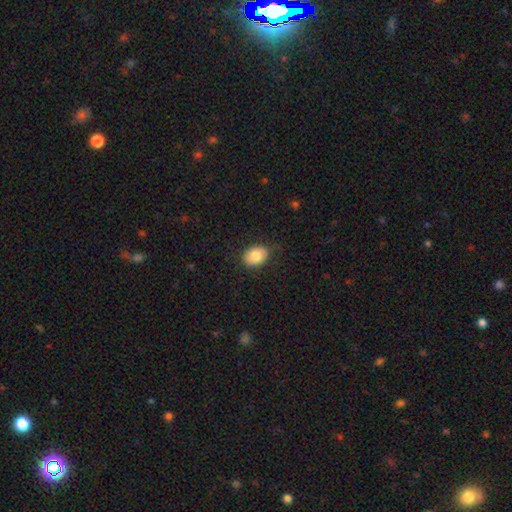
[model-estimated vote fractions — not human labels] Smooth or featured? smooth (83%)
How rounded? in between (65%)
Merging? none (78%)